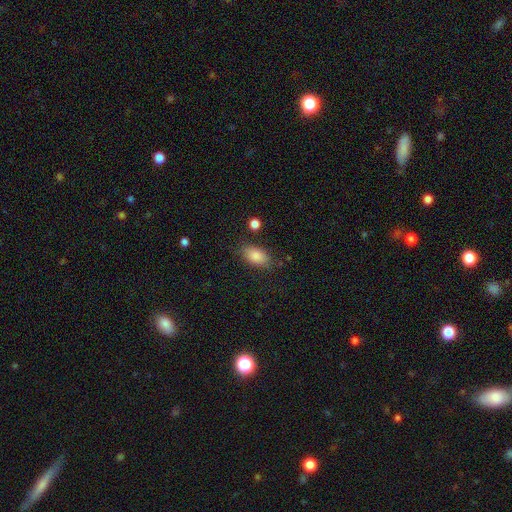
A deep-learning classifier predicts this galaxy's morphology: Overall: smooth (85%). How rounded: in between (89%). Merging: none (79%).